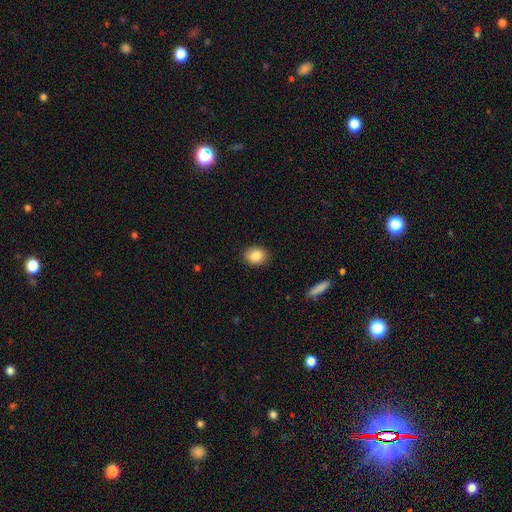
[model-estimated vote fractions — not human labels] smooth-or-featured: smooth: 86% | star or artifact: 8% | featured or disk: 5%
  how-rounded: round: 53% | in between: 46% | cigar-shaped: 1%
  merging: none: 89% | minor disturbance: 8% | major disturbance: 2% | merger: 1%